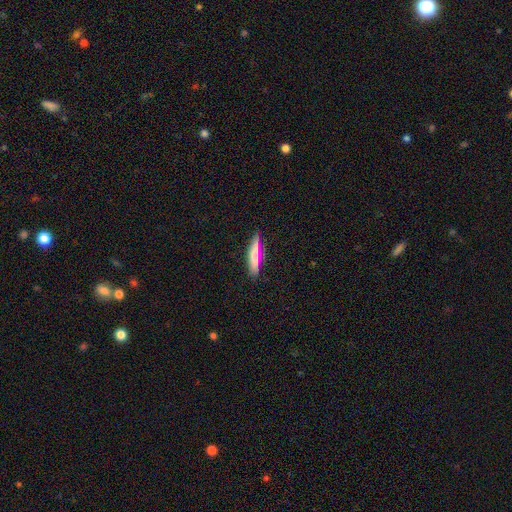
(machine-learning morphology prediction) smooth 67%, featured or disk 26%, star or artifact 7%. Down the decision tree: how rounded — cigar-shaped (83%); merging — none (85%).